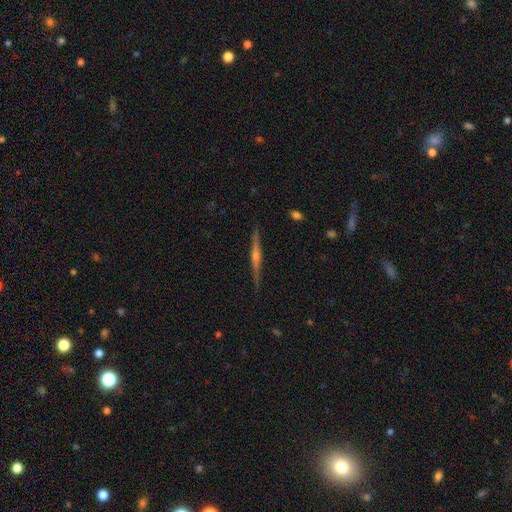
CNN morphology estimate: This is likely a featured or disk galaxy (78%). It is clearly viewed edge-on (98%). Edge-on bulge: clearly rounded (82%). Merging: clearly none (90%).